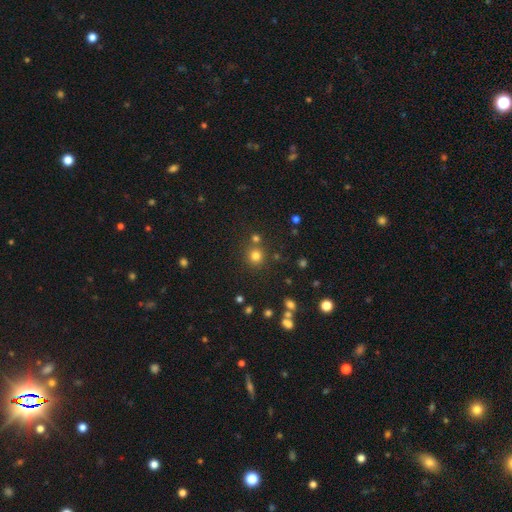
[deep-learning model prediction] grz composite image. It shows a smooth galaxy with no disk features (77%) that is round (92%). Merging: none (77%).